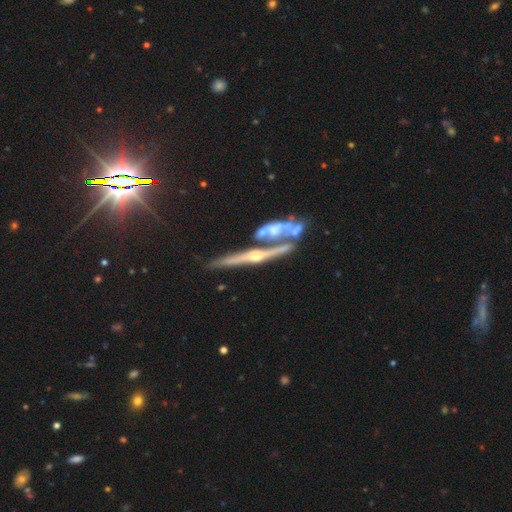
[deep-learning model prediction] Q: Smooth or featured?
A: featured or disk (81%); runner-up: smooth (10%)
Q: Edge-on disk?
A: yes (87%); runner-up: no (13%)
Q: Edge-on bulge?
A: rounded (86%); runner-up: none (8%)
Q: Merging?
A: none (41%); runner-up: merger (38%)